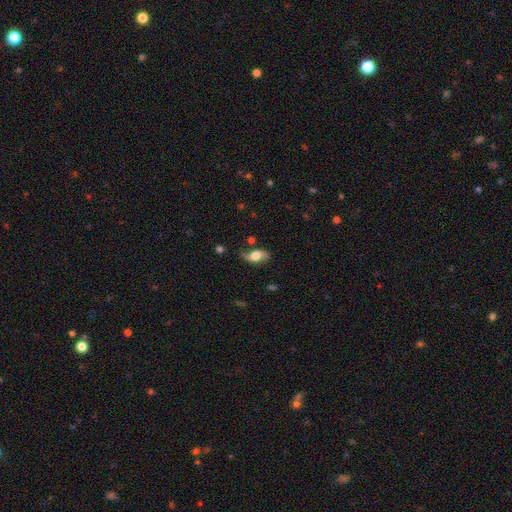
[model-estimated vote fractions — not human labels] A featured or disk galaxy (53%). Merging: none (61%).